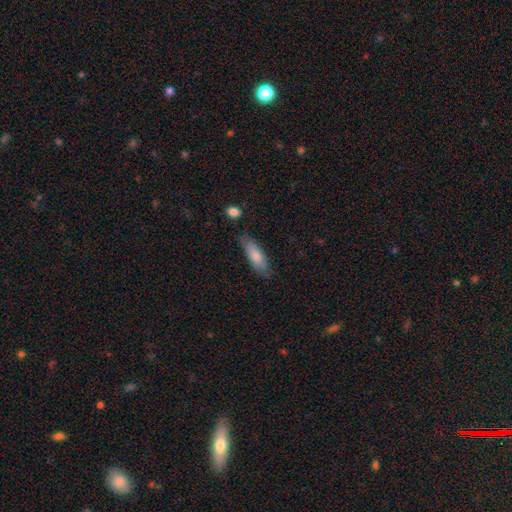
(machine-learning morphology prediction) Q: Smooth or featured?
A: smooth (80%); runner-up: featured or disk (15%)
Q: How rounded?
A: in between (54%); runner-up: cigar-shaped (44%)
Q: Merging?
A: none (76%); runner-up: minor disturbance (17%)